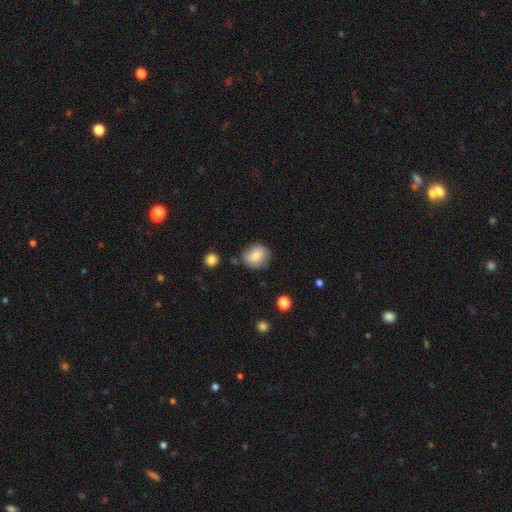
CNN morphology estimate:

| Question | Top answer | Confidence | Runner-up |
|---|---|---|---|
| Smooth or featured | smooth | 82% | featured or disk (10%) |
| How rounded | round | 77% | in between (22%) |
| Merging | none | 78% | minor disturbance (15%) |